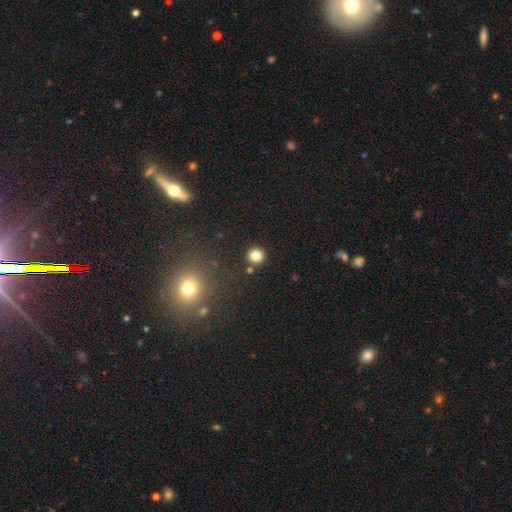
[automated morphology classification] A smooth galaxy with no disk features (82%) that is round (90%). Merging: none (87%).